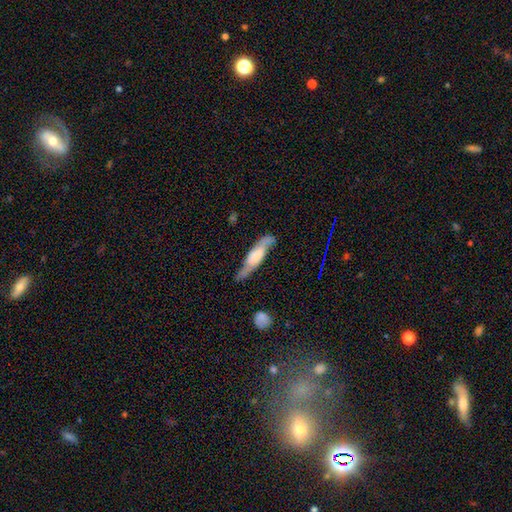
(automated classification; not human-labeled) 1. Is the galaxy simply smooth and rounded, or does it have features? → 68% featured or disk, 25% smooth, 7% star or artifact.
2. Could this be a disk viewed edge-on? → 53% no, 47% yes.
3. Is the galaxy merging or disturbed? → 73% none, 19% minor disturbance, 6% major disturbance, 2% merger.